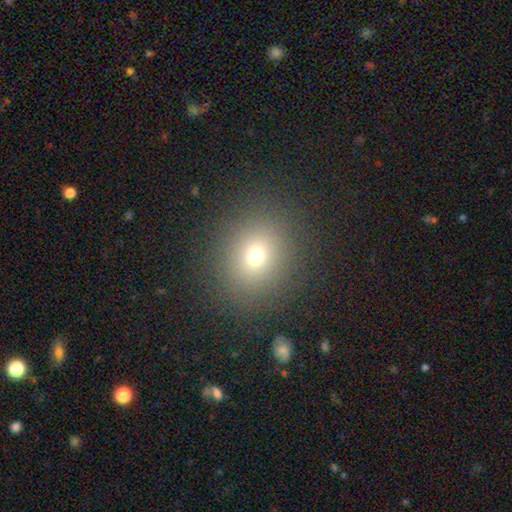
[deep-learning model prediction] The model was most divided on "how rounded": round: 75%, in between: 24%, cigar-shaped: 1%. More confident: merging — none (87%); smooth or featured — smooth (71%).